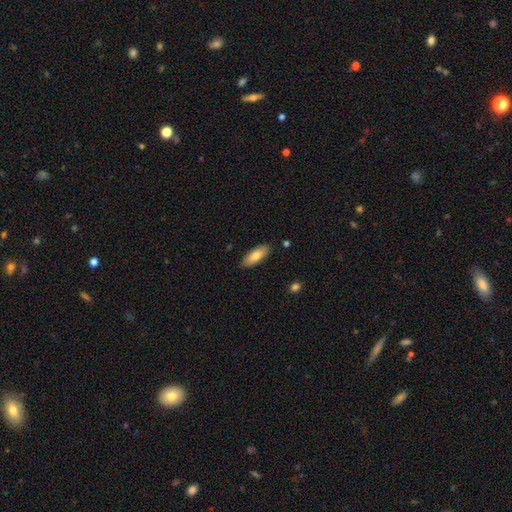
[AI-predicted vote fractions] smooth 78%, featured or disk 16%, star or artifact 6%. Down the decision tree: how rounded — in between (74%); merging — none (86%).